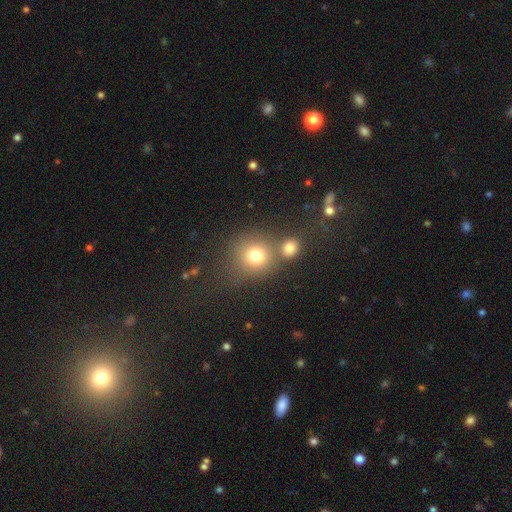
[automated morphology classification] smooth 75%, star or artifact 14%, featured or disk 11%. Down the decision tree: how rounded — round (87%); merging — none (58%).